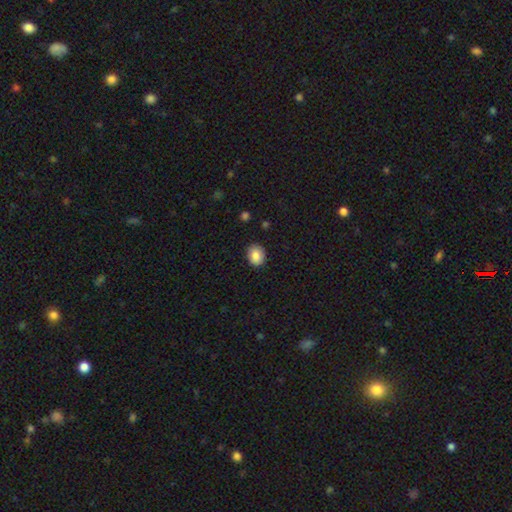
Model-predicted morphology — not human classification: The model was most divided on "how rounded": round: 55%, in between: 44%, cigar-shaped: 1%. More confident: merging — none (87%); smooth or featured — smooth (86%).